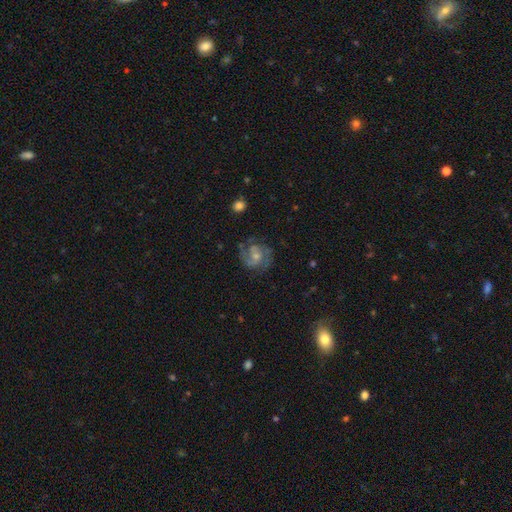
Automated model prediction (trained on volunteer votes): A featured or disk galaxy (75%) with no bar (63%), 2 (67%) medium (49%) spiral arms (91%) and a small central bulge (52%). Merging: none (65%).